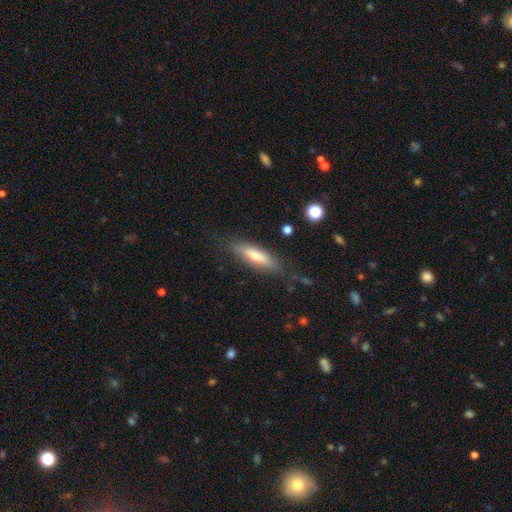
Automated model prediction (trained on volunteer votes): The model was most divided on "smooth or featured": smooth: 61%, featured or disk: 32%, star or artifact: 7%. More confident: merging — none (79%); how rounded — cigar-shaped (69%).